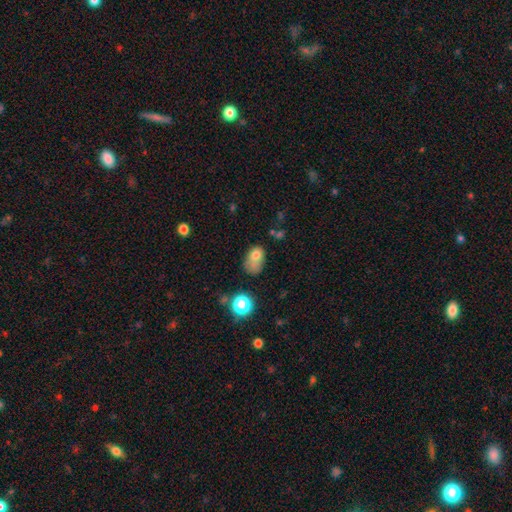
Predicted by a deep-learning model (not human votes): Q: Smooth or featured?
A: smooth (72%); runner-up: featured or disk (15%)
Q: How rounded?
A: in between (77%); runner-up: round (22%)
Q: Merging?
A: none (29%); tied with: minor disturbance (29%)